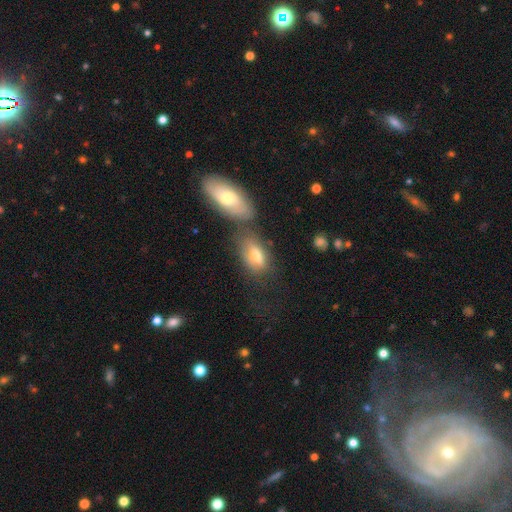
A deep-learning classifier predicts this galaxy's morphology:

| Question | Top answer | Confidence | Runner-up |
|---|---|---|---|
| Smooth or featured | smooth | 62% | featured or disk (29%) |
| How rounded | in between | 86% | cigar-shaped (8%) |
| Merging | none | 45% | merger (28%) |